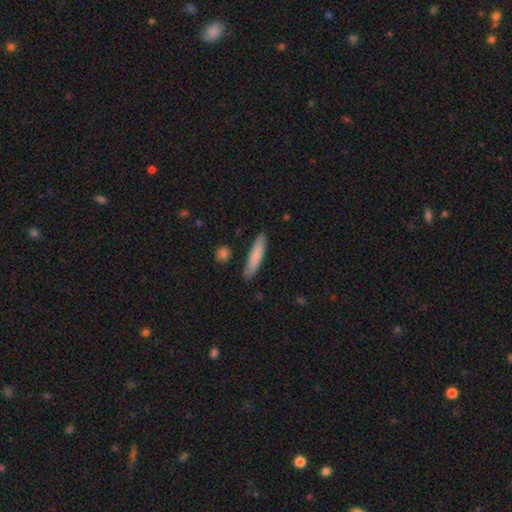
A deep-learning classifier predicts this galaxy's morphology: Smooth or featured? smooth (80%)
How rounded? cigar-shaped (86%)
Merging? none (87%)